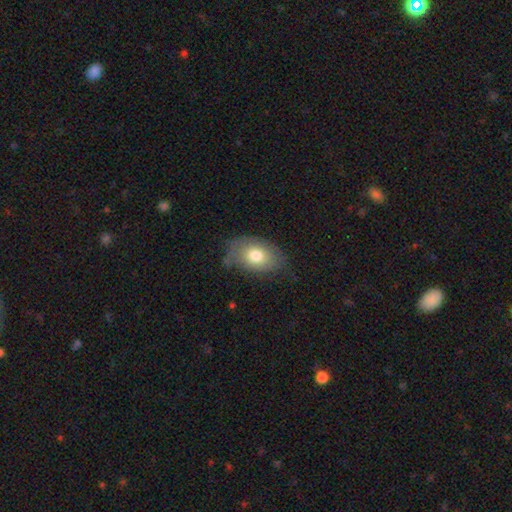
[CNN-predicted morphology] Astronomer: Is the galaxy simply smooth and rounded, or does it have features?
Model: smooth — 74%.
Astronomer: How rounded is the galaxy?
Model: in between — 87%.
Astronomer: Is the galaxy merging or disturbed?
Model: none — 60%.